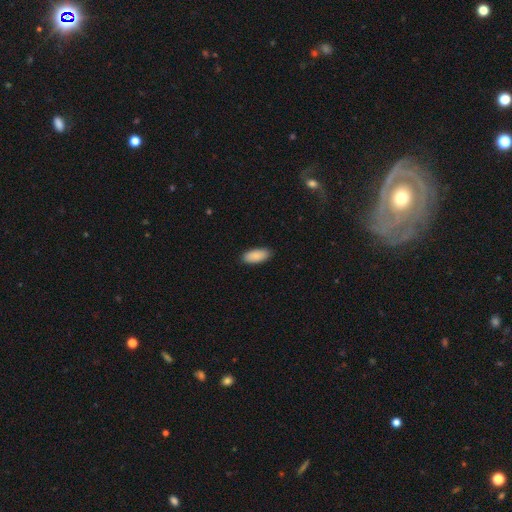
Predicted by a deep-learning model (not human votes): smooth_or_featured: smooth (p=0.89) [alt: star or artifact p=0.06]
how_rounded: in between (p=0.90) [alt: cigar-shaped p=0.08]
merging: none (p=0.89) [alt: minor disturbance p=0.09]